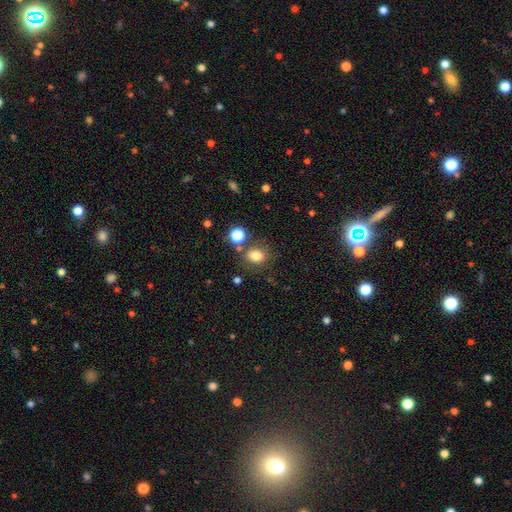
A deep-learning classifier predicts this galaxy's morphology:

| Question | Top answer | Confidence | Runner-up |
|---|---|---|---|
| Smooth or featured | smooth | 79% | star or artifact (14%) |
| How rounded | round | 54% | in between (45%) |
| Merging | none | 72% | minor disturbance (13%) |